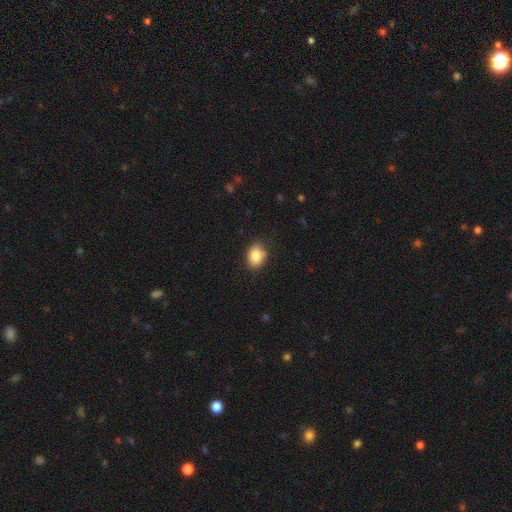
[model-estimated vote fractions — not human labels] A smooth galaxy with no disk features (86%) that is in between round and cigar-shaped (72%). Merging: none (81%).